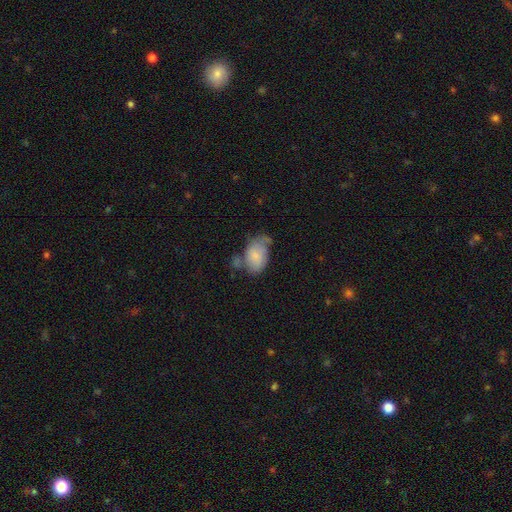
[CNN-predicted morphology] The model was most divided on "merging": minor disturbance: 33%, none: 30%, major disturbance: 20%, merger: 17%. More confident: how rounded — in between (86%); smooth or featured — smooth (74%).